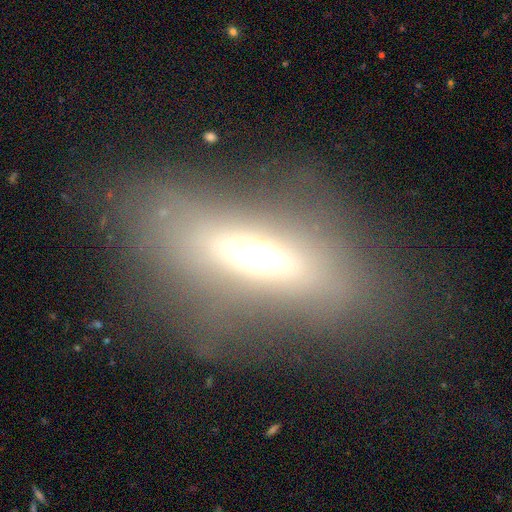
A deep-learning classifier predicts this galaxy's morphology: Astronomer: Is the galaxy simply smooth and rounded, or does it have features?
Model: smooth — 43% (runner-up: featured or disk, 41%).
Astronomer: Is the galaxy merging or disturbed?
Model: none — 68%.